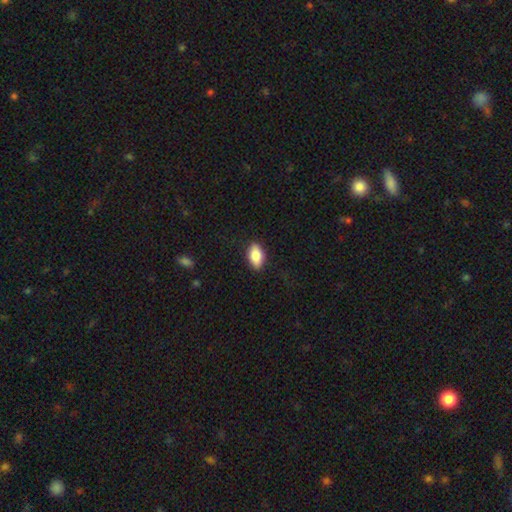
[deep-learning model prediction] smooth_or_featured: smooth (p=0.79) [alt: featured or disk p=0.14]
how_rounded: in between (p=0.88) [alt: cigar-shaped p=0.07]
merging: none (p=0.87) [alt: minor disturbance p=0.10]